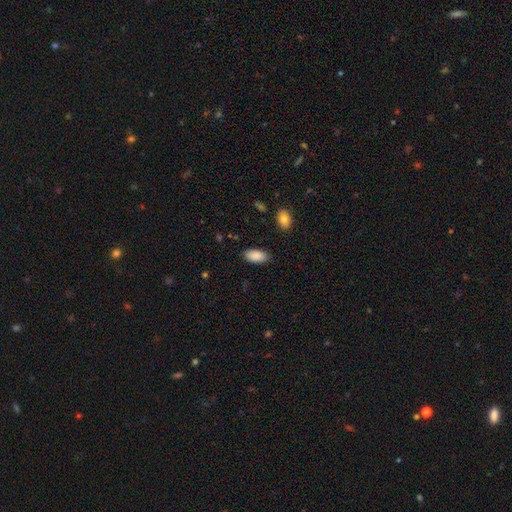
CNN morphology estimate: Smooth or featured? smooth (89%)
How rounded? in between (94%)
Merging? none (86%)